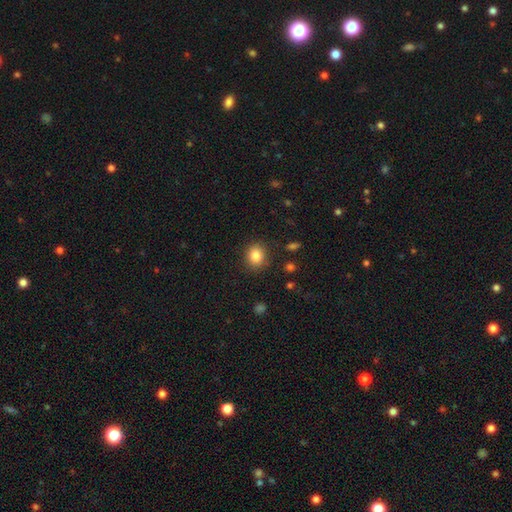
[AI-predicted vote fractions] smooth 84%, star or artifact 10%, featured or disk 6%. Down the decision tree: how rounded — round (67%); merging — none (87%).